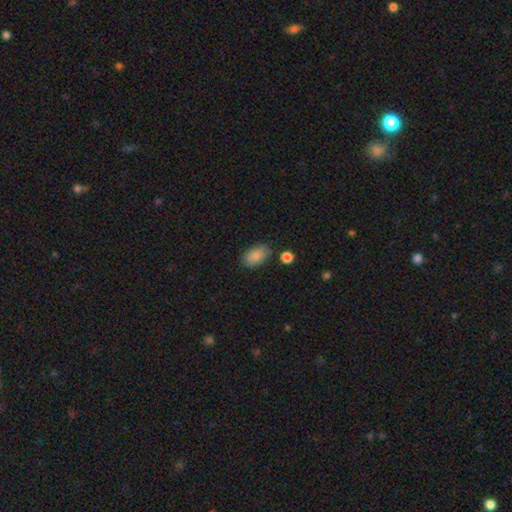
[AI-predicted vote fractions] smooth-or-featured: smooth: 85% | star or artifact: 8% | featured or disk: 7%
  how-rounded: in between: 90% | round: 8% | cigar-shaped: 2%
  merging: none: 79% | minor disturbance: 14% | merger: 3% | major disturbance: 3%